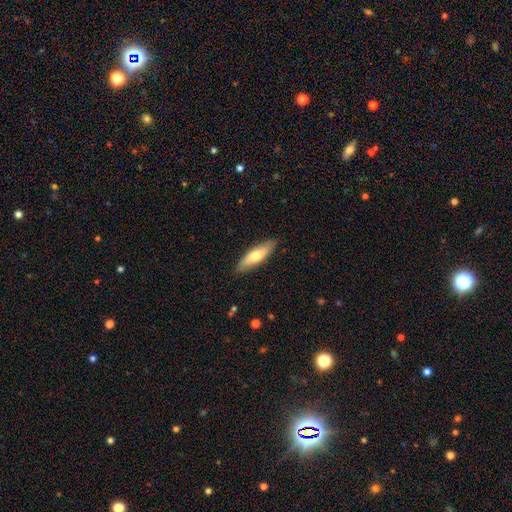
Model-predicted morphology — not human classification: Overall: smooth (63%; featured or disk 32%). How rounded: cigar-shaped (54%; in between 44%). Merging: none (86%).